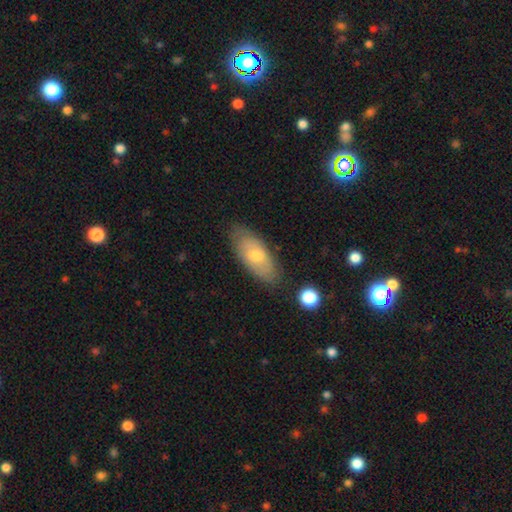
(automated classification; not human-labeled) Morphology: type=smooth (57%); roundness=in between (81%); merging=none (86%).